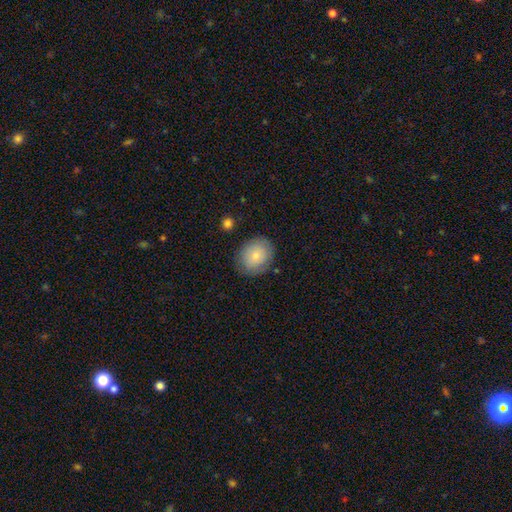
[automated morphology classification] smooth 79%, featured or disk 14%, star or artifact 7%. Down the decision tree: how rounded — round (53%); merging — none (81%).